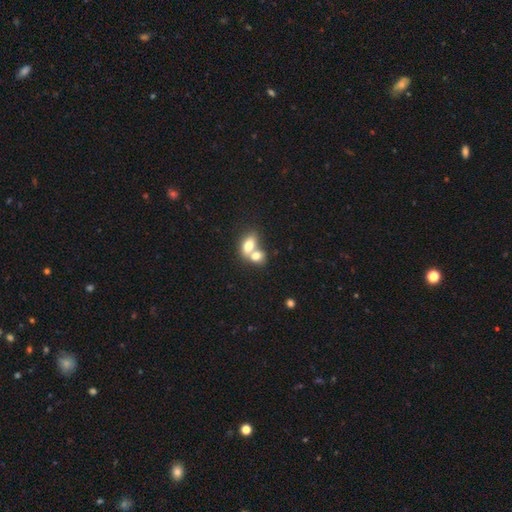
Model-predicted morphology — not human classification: A smooth galaxy with no disk features (74%) that is in between round and cigar-shaped (75%). Merging: merger (71%).